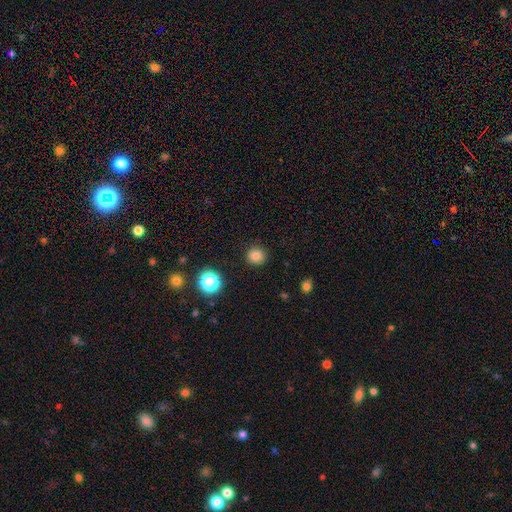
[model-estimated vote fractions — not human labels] Smooth or featured? Predicted: smooth (p=0.80). How rounded? Predicted: round (p=0.93). Merging? Predicted: none (p=0.90).